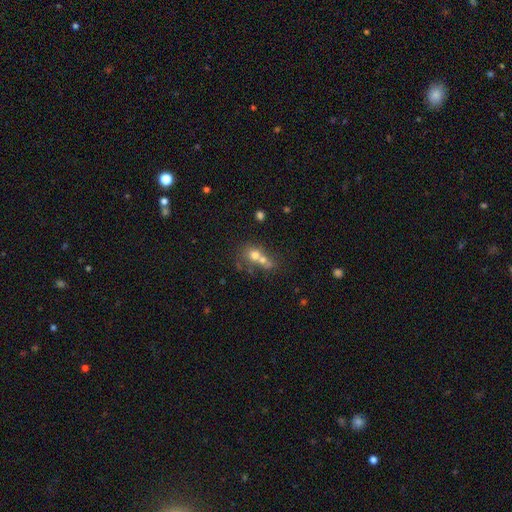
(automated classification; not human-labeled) Smooth or featured? smooth (63%)
How rounded? round (69%)
Merging? merger (62%)